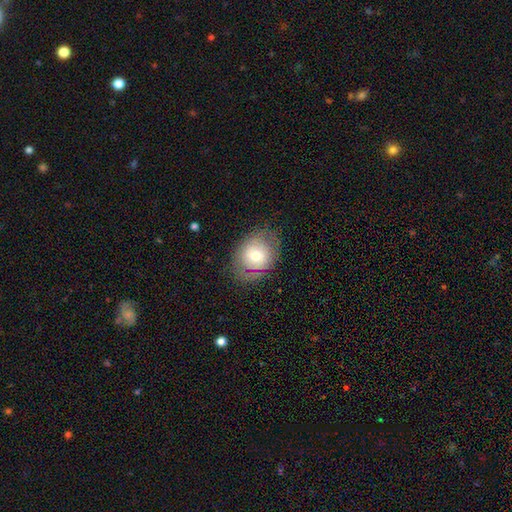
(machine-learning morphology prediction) Q: Smooth or featured?
A: smooth (65%); runner-up: featured or disk (26%)
Q: How rounded?
A: in between (53%); runner-up: round (46%)
Q: Merging?
A: none (77%); runner-up: minor disturbance (16%)